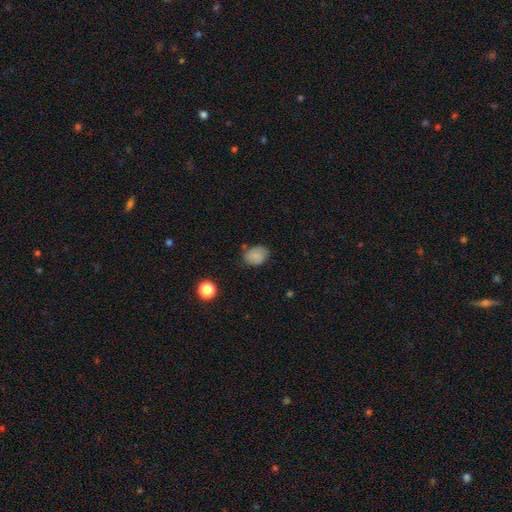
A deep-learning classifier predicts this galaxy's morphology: This is clearly a smooth galaxy (81%). How rounded: likely in between (62%). Merging: likely none (69%).